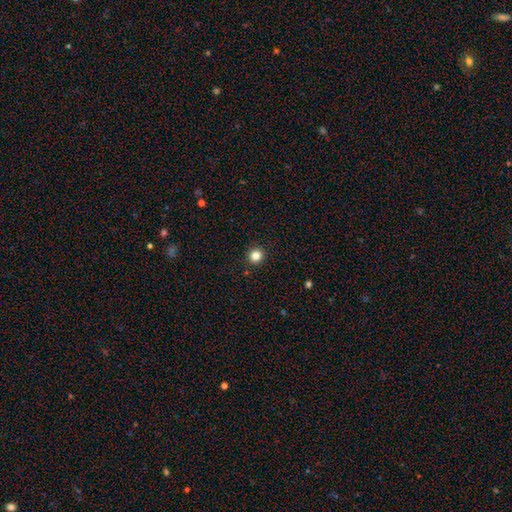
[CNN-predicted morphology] Smooth or featured?
  - smooth: 83% *
  - star or artifact: 13%
  - featured or disk: 5%
How rounded?
  - round: 93% *
  - in between: 6%
  - cigar-shaped: 1%
Merging?
  - none: 93% *
  - minor disturbance: 5%
  - major disturbance: 1%
  - merger: 1%